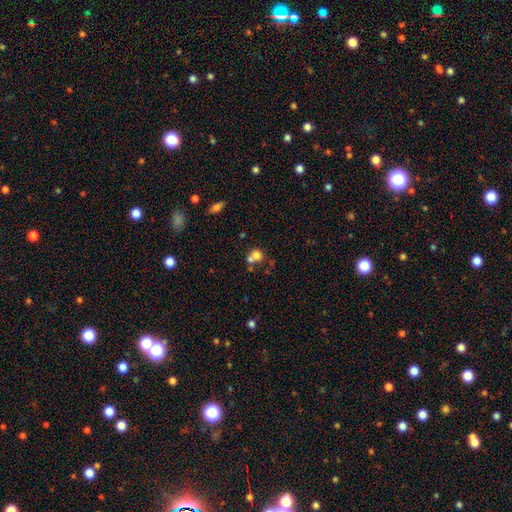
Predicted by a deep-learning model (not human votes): A smooth galaxy with no disk features (72%) that is round (77%). Merging: merger (53%).